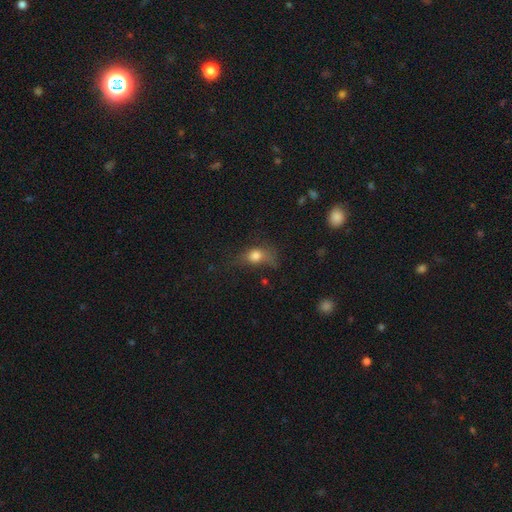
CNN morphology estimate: Smooth or featured? smooth (72%)
How rounded? in between (55%)
Merging? none (36%)